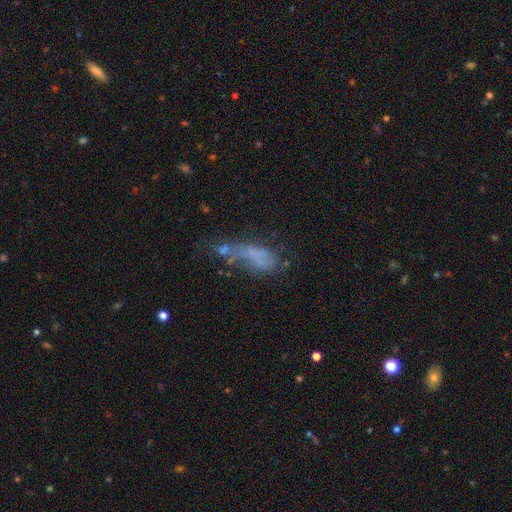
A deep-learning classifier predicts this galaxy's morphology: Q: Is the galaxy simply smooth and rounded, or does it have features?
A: smooth — 47%.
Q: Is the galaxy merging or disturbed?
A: major disturbance — 38%.